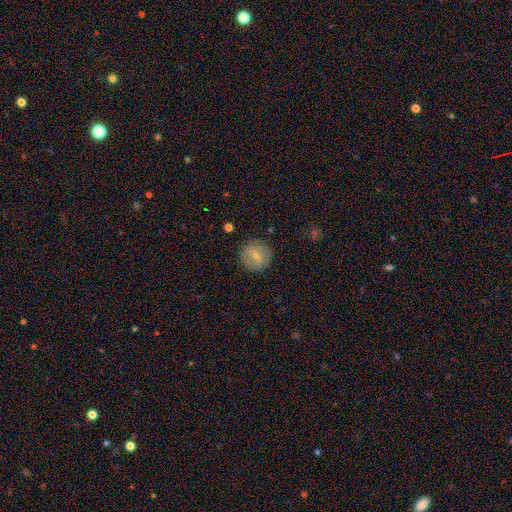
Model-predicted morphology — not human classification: Smooth or featured? smooth (69%)
How rounded? round (93%)
Merging? none (86%)